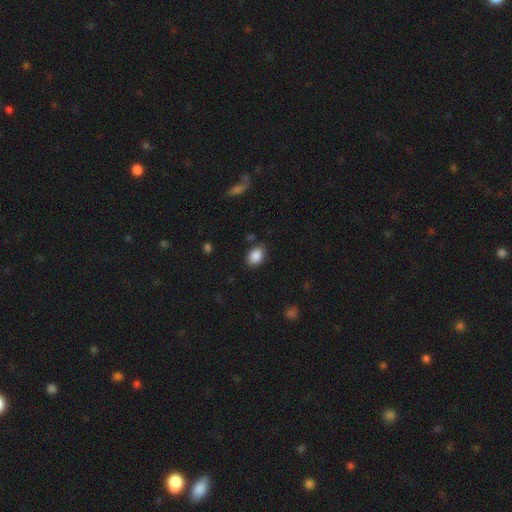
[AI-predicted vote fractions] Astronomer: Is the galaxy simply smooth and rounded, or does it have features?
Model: smooth — 88%.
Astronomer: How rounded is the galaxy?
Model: in between — 67%.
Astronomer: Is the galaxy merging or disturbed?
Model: none — 82%.